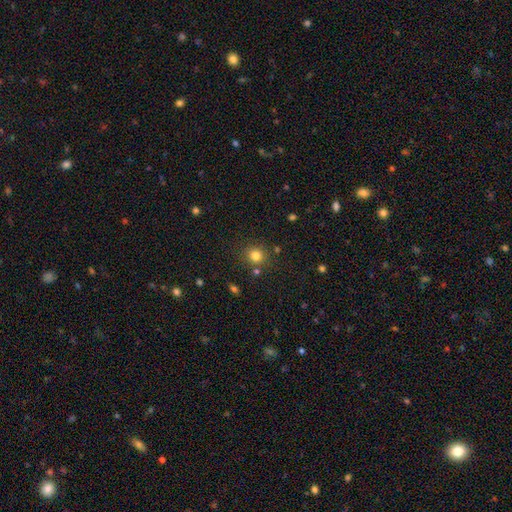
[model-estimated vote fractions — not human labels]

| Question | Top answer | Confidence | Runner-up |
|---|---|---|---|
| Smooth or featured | smooth | 80% | star or artifact (14%) |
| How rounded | round | 89% | in between (10%) |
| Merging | none | 81% | minor disturbance (9%) |